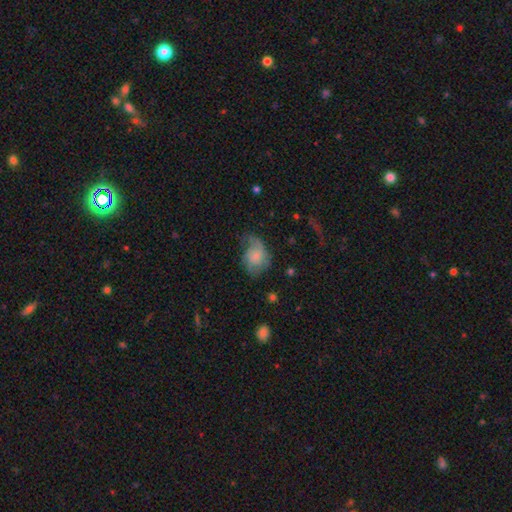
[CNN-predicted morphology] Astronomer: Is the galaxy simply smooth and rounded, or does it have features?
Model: smooth — 50% (runner-up: featured or disk, 41%).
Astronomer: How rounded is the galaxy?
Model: in between — 61% (runner-up: round, 38%).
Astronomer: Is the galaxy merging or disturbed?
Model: none — 36% (runner-up: major disturbance, 32%).